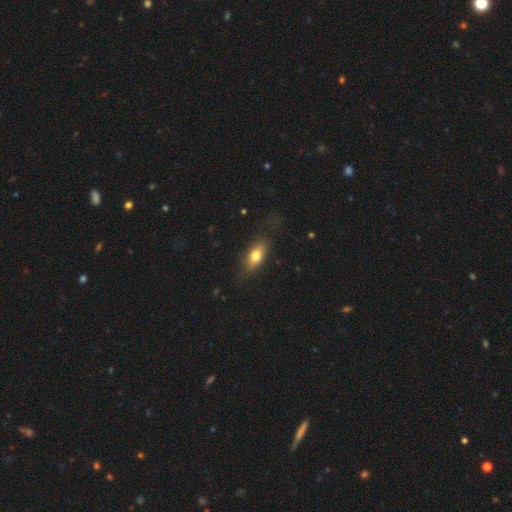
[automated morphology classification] Smooth or featured?
  - smooth: 72% *
  - featured or disk: 21%
  - star or artifact: 7%
How rounded?
  - in between: 79% *
  - cigar-shaped: 15%
  - round: 6%
Merging?
  - none: 71% *
  - minor disturbance: 19%
  - major disturbance: 8%
  - merger: 1%